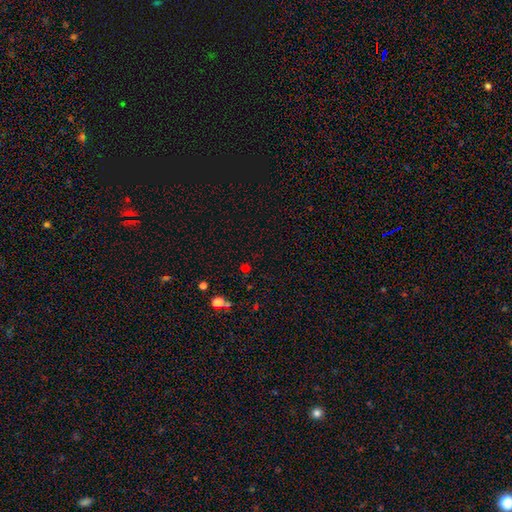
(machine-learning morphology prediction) Smooth or featured?
  - star or artifact: 53% *
  - smooth: 40%
  - featured or disk: 6%